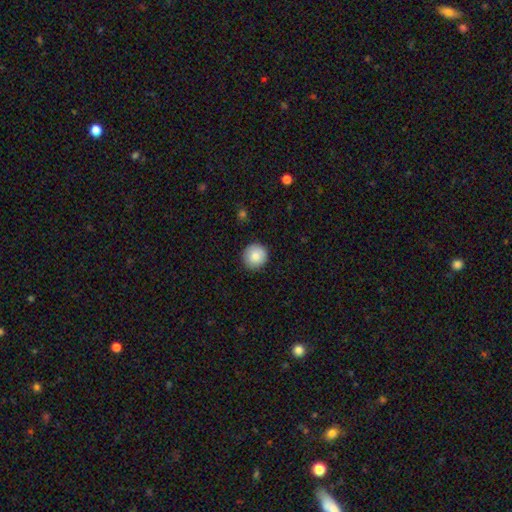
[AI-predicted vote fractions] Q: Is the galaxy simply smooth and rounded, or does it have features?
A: smooth — 85%.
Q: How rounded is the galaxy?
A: round — 95%.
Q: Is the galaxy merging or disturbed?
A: none — 90%.